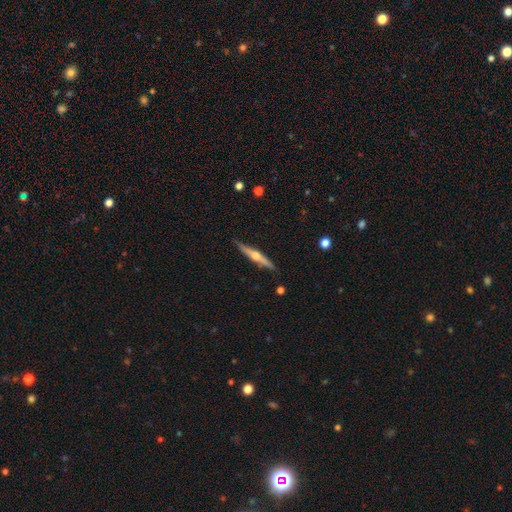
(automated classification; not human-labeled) Q: Smooth or featured?
A: featured or disk (72%); runner-up: smooth (23%)
Q: Edge-on disk?
A: yes (97%); runner-up: no (3%)
Q: Edge-on bulge?
A: rounded (92%); runner-up: none (5%)
Q: Merging?
A: none (87%); runner-up: minor disturbance (10%)